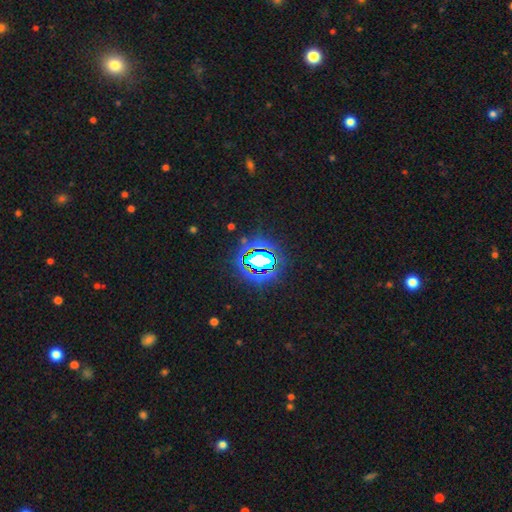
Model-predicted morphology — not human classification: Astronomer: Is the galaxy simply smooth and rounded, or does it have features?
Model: star or artifact — 83%.